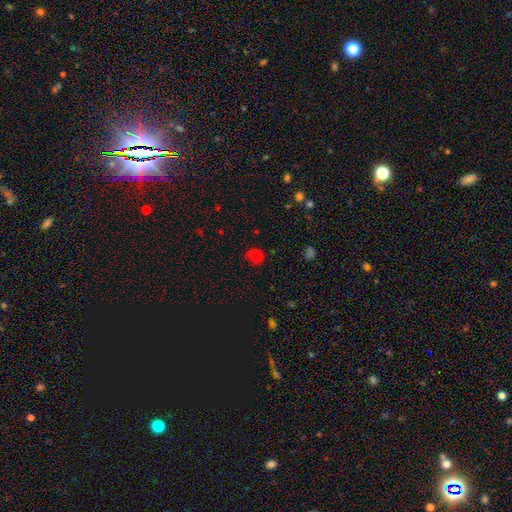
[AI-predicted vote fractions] Smooth or featured? smooth (71%)
How rounded? round (82%)
Merging? none (72%)